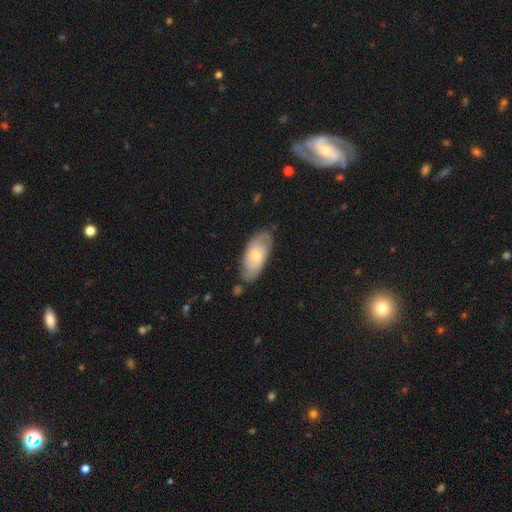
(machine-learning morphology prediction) type=featured or disk (59%); edge-on=no (90%); bar=no (64%); spiral arms=yes (82%); bulge=moderate (48%); merging=none (76%).